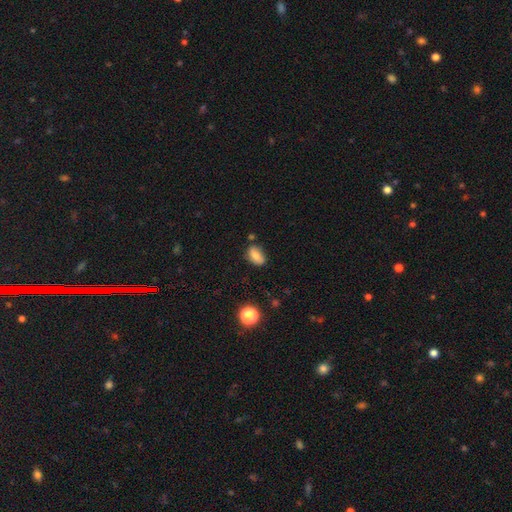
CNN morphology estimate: Smooth or featured? smooth (77%)
How rounded? in between (87%)
Merging? none (73%)